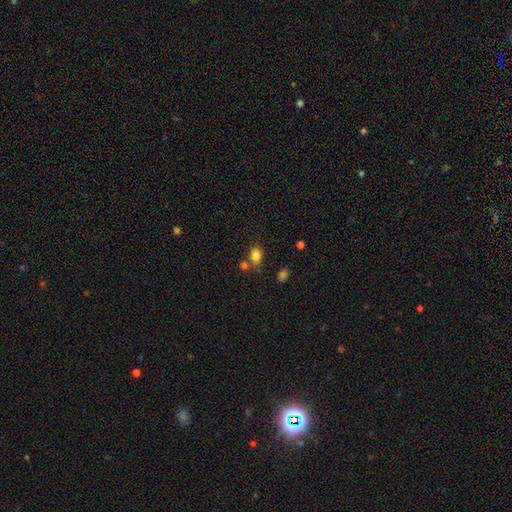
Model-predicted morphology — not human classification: Smooth or featured? smooth (82%)
How rounded? in between (59%)
Merging? none (65%)